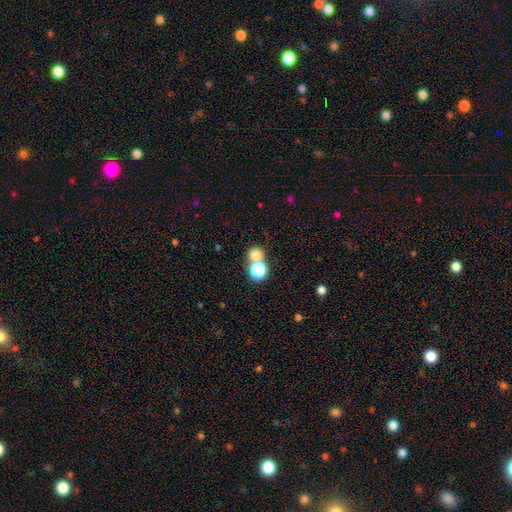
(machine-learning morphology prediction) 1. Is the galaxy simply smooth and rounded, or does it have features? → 73% smooth, 20% star or artifact, 7% featured or disk.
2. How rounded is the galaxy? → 81% round, 18% in between, 1% cigar-shaped.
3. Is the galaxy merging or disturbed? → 54% none, 35% merger, 7% minor disturbance, 4% major disturbance.